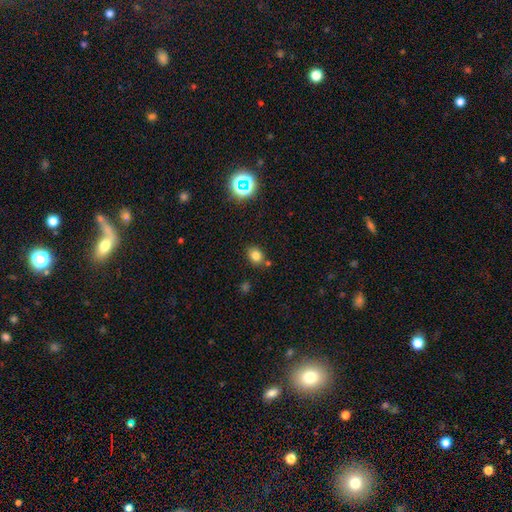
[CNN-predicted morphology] Smooth or featured? smooth (77%)
How rounded? round (50%)
Merging? none (77%)